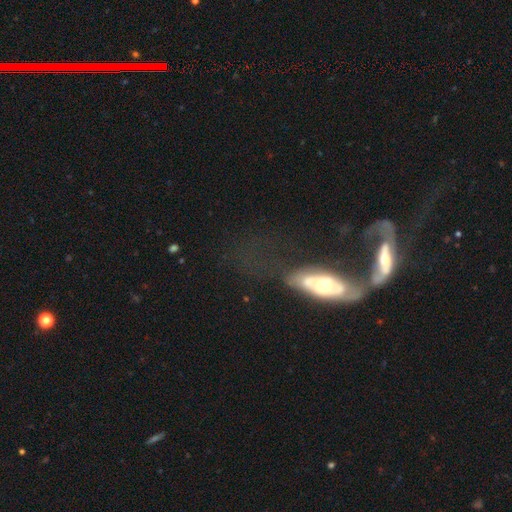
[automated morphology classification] Overall: featured or disk (53%; smooth 36%). Edge-on disk: no (65%; yes 35%). Merging: merger (63%).